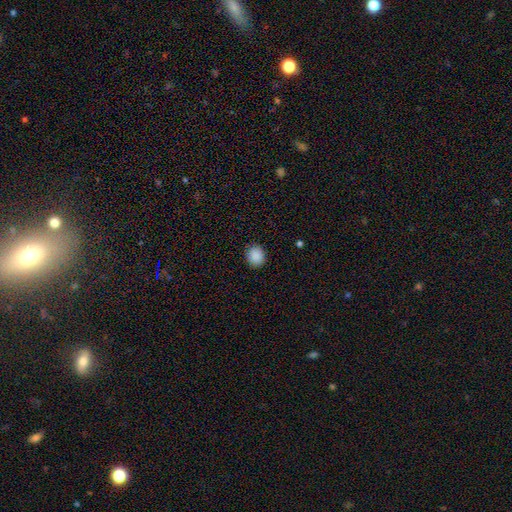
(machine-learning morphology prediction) Q: Smooth or featured?
A: smooth (89%); runner-up: star or artifact (8%)
Q: How rounded?
A: round (70%); runner-up: in between (29%)
Q: Merging?
A: none (89%); runner-up: minor disturbance (8%)